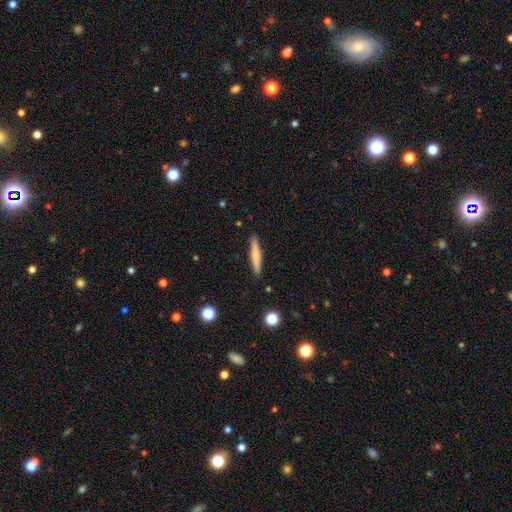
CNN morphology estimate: Smooth or featured? smooth (63%)
How rounded? cigar-shaped (93%)
Merging? none (90%)